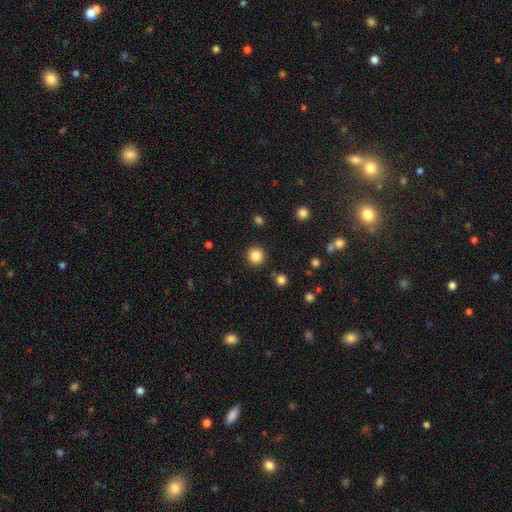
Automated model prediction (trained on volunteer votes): Smooth or featured? Predicted: smooth (p=0.85). How rounded? Predicted: round (p=0.95). Merging? Predicted: none (p=0.91).